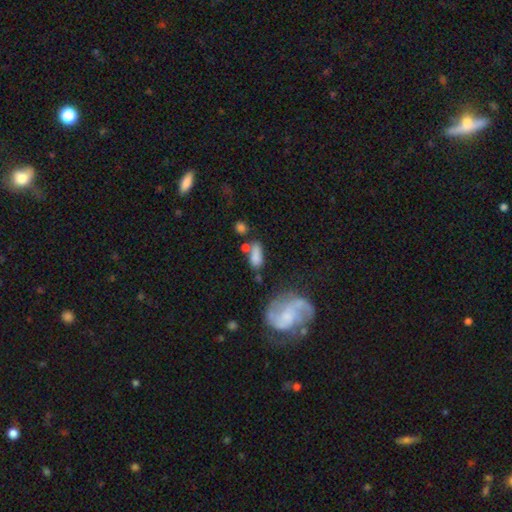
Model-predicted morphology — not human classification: Overall: smooth (75%). How rounded: in between (81%). Merging: none (46%; merger 22%).